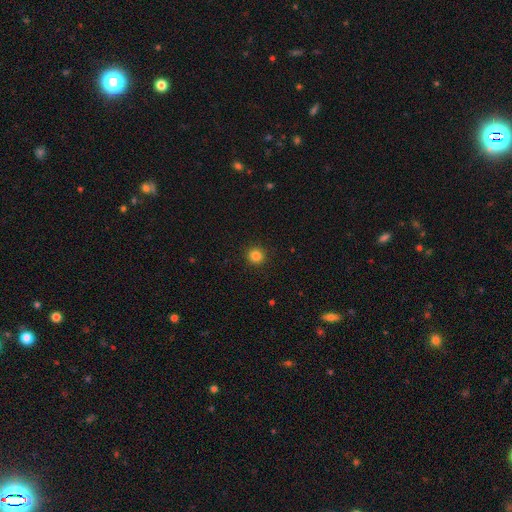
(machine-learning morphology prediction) smooth 84%, star or artifact 12%, featured or disk 4%. Down the decision tree: how rounded — round (93%); merging — none (92%).